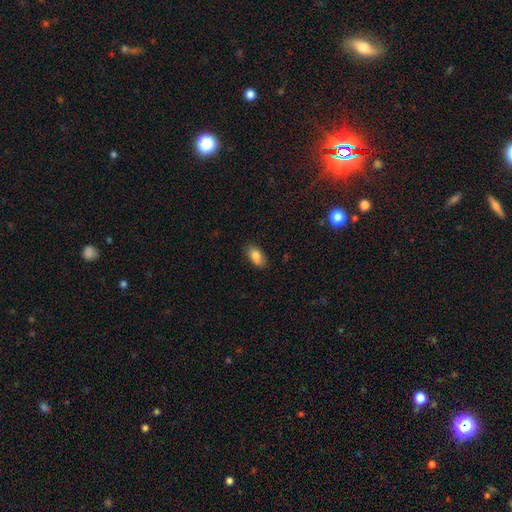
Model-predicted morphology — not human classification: Q: Smooth or featured?
A: smooth (84%); runner-up: featured or disk (9%)
Q: How rounded?
A: in between (92%); runner-up: cigar-shaped (4%)
Q: Merging?
A: none (84%); runner-up: minor disturbance (12%)